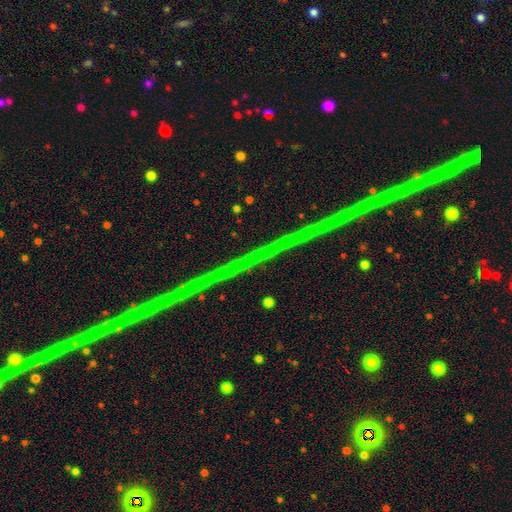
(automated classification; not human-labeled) The model was most divided on "smooth or featured": star or artifact: 75%, featured or disk: 15%, smooth: 10%.